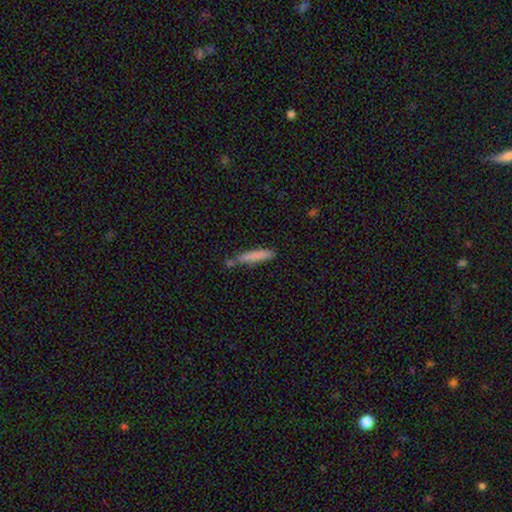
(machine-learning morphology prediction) Smooth or featured? Predicted: smooth (p=0.79). How rounded? Predicted: cigar-shaped (p=0.91). Merging? Predicted: none (p=0.67).